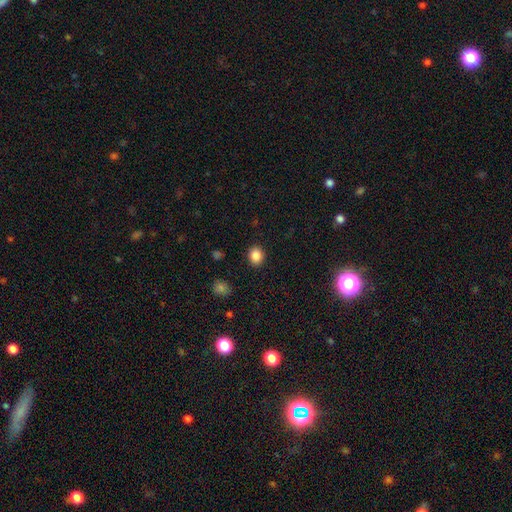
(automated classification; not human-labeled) smooth_or_featured: smooth (p=0.86) [alt: star or artifact p=0.10]
how_rounded: round (p=0.65) [alt: in between p=0.34]
merging: none (p=0.90) [alt: minor disturbance p=0.06]